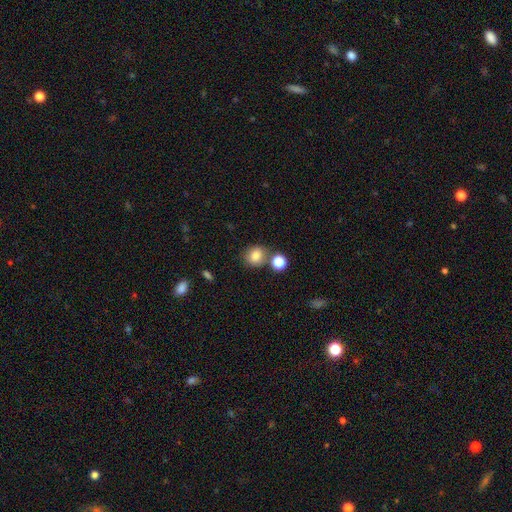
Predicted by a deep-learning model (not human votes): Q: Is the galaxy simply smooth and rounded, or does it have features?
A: smooth — 82%.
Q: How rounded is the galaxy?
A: round — 76%.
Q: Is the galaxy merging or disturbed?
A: none — 70%.